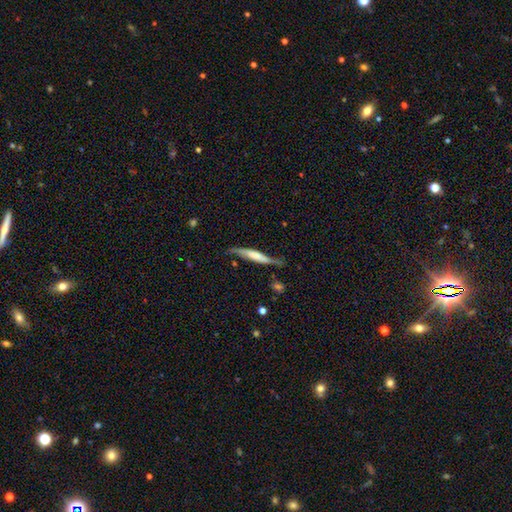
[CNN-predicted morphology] This appears to be a featured or disk galaxy (60%) viewed edge-on (69%). Merging: none (58%).